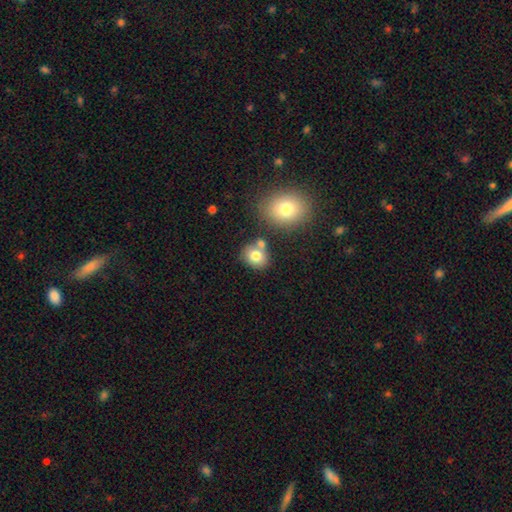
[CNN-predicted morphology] smooth 78%, featured or disk 11%, star or artifact 10%. Down the decision tree: how rounded — round (69%); merging — none (61%).